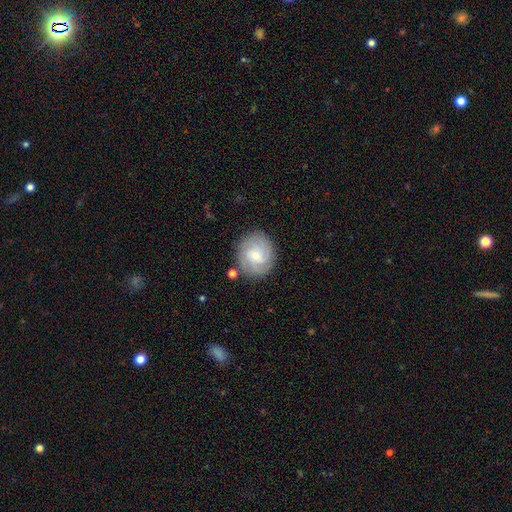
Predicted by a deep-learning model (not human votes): A featured or disk galaxy (68%) with no bar (67%), tight (66%) spiral arms (92%) and a small central bulge (63%). Merging: none (83%).